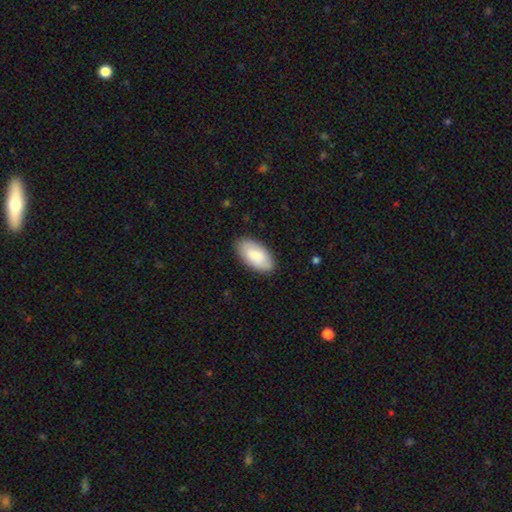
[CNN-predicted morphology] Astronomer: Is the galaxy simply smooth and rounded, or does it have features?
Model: smooth — 81%.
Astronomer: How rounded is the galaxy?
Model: in between — 95%.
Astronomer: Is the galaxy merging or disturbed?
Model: none — 85%.